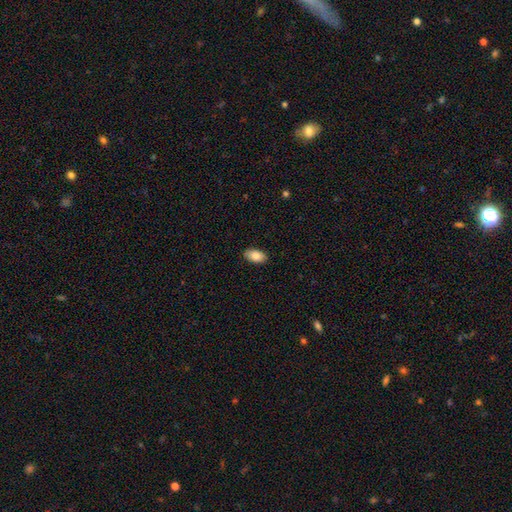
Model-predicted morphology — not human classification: Smooth or featured: smooth — 85% (featured or disk — 8%)
How rounded: in between — 94% (round — 4%)
Merging: none — 89% (minor disturbance — 9%)